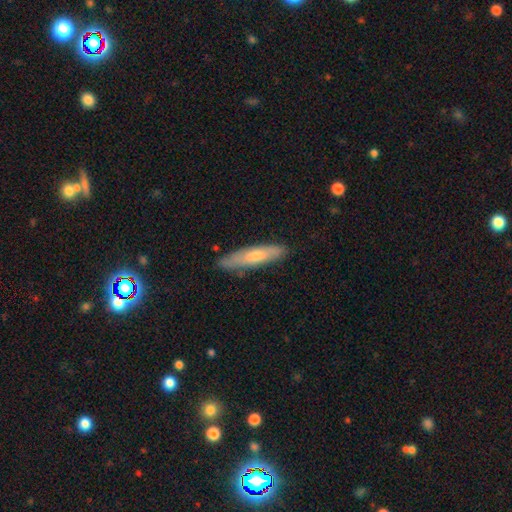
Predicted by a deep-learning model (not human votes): A smooth galaxy with no disk features (64%) that is cigar-shaped (82%).

Vote fractions:
- Smooth or featured? smooth: 64% / featured or disk: 30% / star or artifact: 6%
- How rounded? cigar-shaped: 82% / in between: 17% / round: 1%
- Merging? none: 81% / minor disturbance: 15% / major disturbance: 3% / merger: 2%